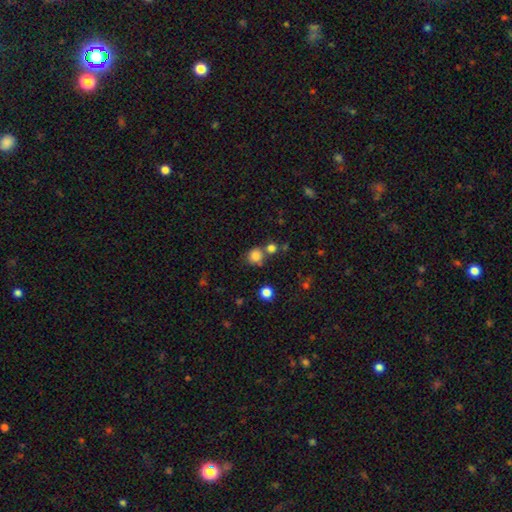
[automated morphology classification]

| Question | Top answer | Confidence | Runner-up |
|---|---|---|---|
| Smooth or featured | smooth | 81% | star or artifact (13%) |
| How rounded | round | 86% | in between (13%) |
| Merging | none | 65% | merger (20%) |